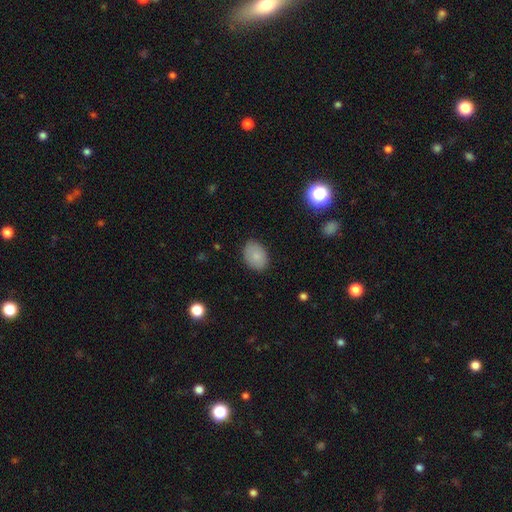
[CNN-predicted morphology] Q: Smooth or featured?
A: smooth (85%); runner-up: star or artifact (8%)
Q: How rounded?
A: in between (77%); runner-up: round (22%)
Q: Merging?
A: none (82%); runner-up: minor disturbance (14%)